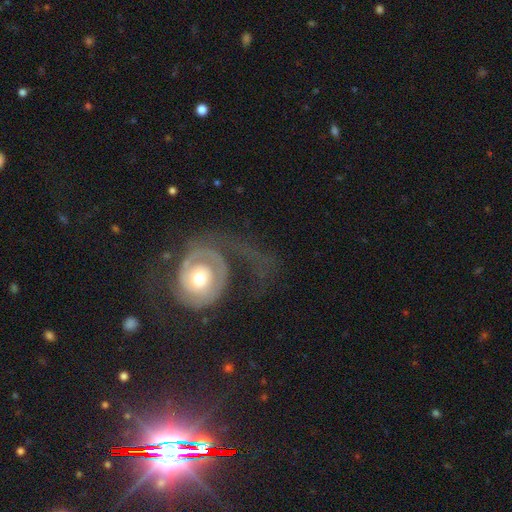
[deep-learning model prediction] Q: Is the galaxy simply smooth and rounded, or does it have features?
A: featured or disk — 66%.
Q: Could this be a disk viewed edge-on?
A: no — 95%.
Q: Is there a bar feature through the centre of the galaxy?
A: no — 74%.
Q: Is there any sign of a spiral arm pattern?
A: yes — 69%.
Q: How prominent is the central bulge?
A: moderate — 65%.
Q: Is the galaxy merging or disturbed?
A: none — 44%.